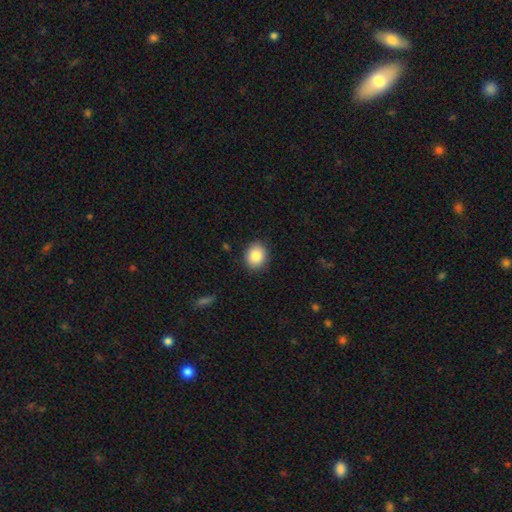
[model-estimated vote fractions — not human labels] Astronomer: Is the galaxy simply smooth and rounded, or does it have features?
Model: smooth — 86%.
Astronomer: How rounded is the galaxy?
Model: round — 64%.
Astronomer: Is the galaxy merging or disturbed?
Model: none — 89%.